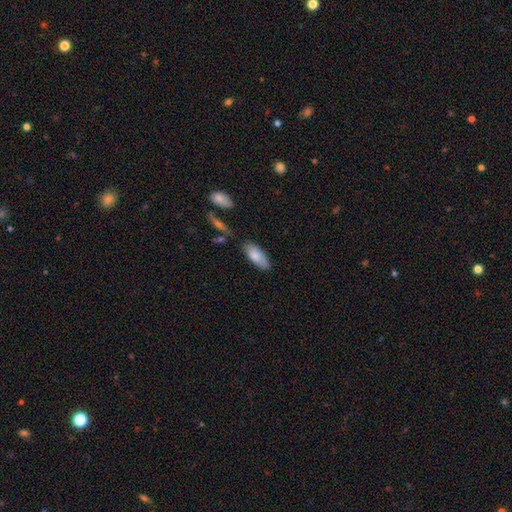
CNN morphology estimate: Overall: smooth (83%). How rounded: in between (82%). Merging: none (73%).